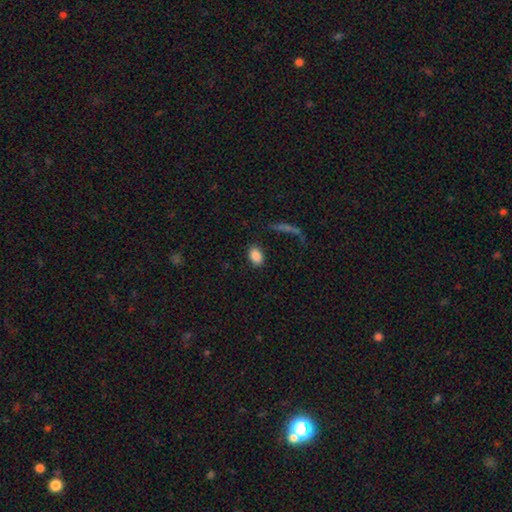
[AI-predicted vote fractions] smooth 87%, star or artifact 8%, featured or disk 5%. Down the decision tree: how rounded — in between (83%); merging — none (85%).